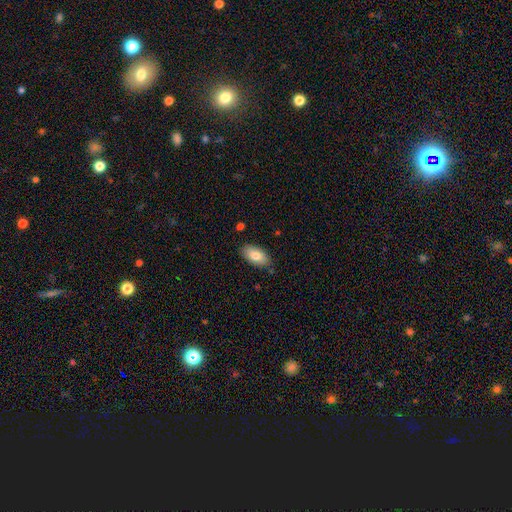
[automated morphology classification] Smooth or featured? Predicted: smooth (p=0.81). How rounded? Predicted: in between (p=0.94). Merging? Predicted: none (p=0.83).